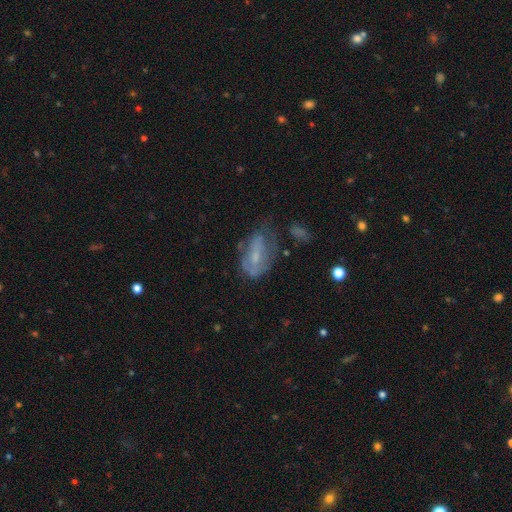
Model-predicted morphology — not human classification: Smooth or featured: featured or disk — 53% (smooth — 37%)
Edge-on disk: no — 92% (yes — 8%)
Merging: none — 42% (minor disturbance — 29%)